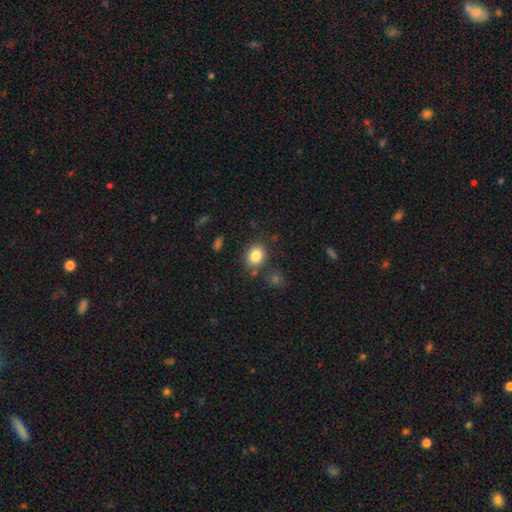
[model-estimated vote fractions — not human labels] A smooth galaxy with no disk features (83%) that is round (55%).

Vote fractions:
- Smooth or featured? smooth: 83% / star or artifact: 10% / featured or disk: 7%
- How rounded? round: 55% / in between: 44% / cigar-shaped: 1%
- Merging? none: 79% / minor disturbance: 12% / merger: 5% / major disturbance: 4%